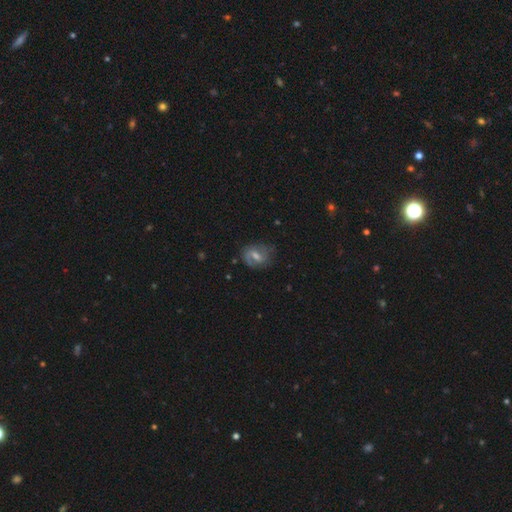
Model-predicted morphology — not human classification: Q: Smooth or featured?
A: featured or disk (61%); runner-up: smooth (29%)
Q: Edge-on disk?
A: no (96%); runner-up: yes (4%)
Q: Bar?
A: weak (53%); runner-up: no (27%)
Q: Spiral arms?
A: yes (80%); runner-up: no (20%)
Q: Bulge size?
A: moderate (56%); runner-up: small (31%)
Q: Merging?
A: none (70%); runner-up: minor disturbance (20%)